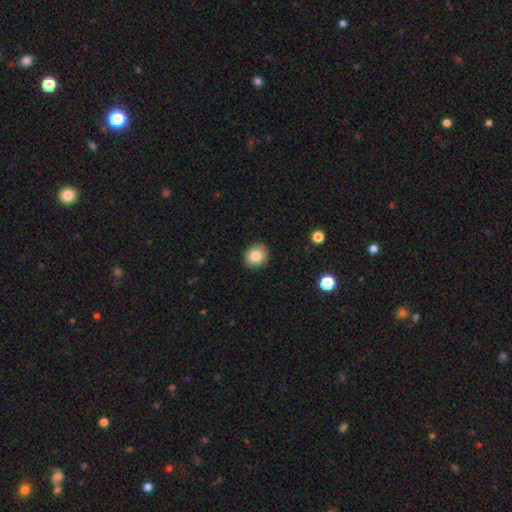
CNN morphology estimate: This is clearly a smooth galaxy (82%). How rounded: likely round (74%). Merging: clearly none (88%).